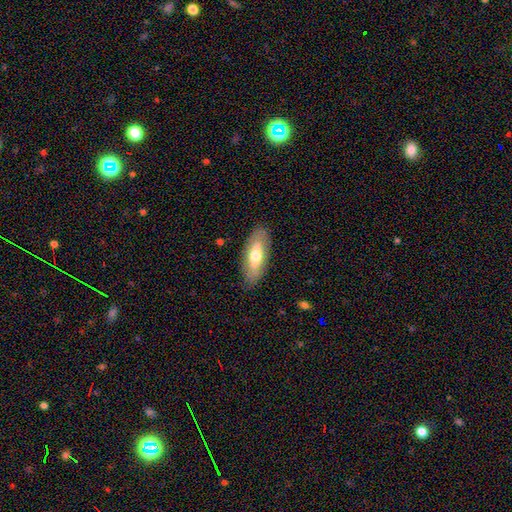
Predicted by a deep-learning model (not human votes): Smooth or featured? Predicted: smooth (p=0.55). How rounded? Predicted: in between (p=0.74). Merging? Predicted: none (p=0.84).